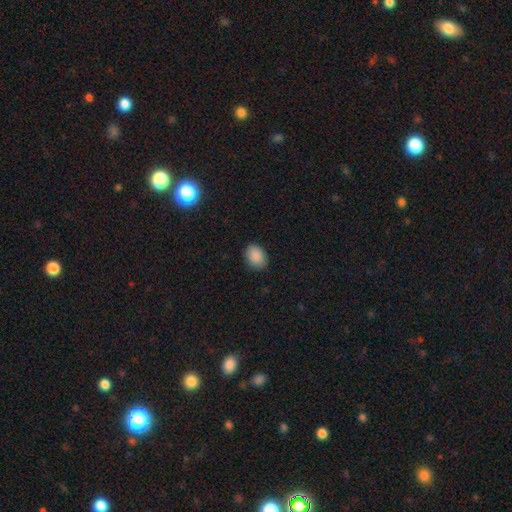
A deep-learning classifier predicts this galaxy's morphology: smooth 89%, star or artifact 8%, featured or disk 3%. Down the decision tree: how rounded — in between (68%); merging — none (85%).